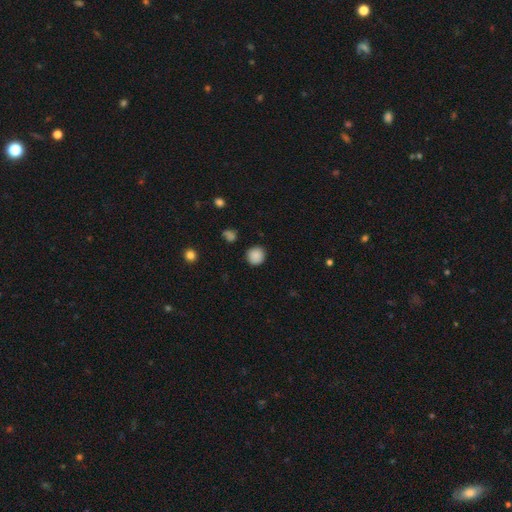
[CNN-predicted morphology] Smooth or featured?
  - smooth: 87% *
  - star or artifact: 10%
  - featured or disk: 3%
How rounded?
  - round: 91% *
  - in between: 8%
  - cigar-shaped: 1%
Merging?
  - none: 89% *
  - minor disturbance: 7%
  - major disturbance: 2%
  - merger: 2%